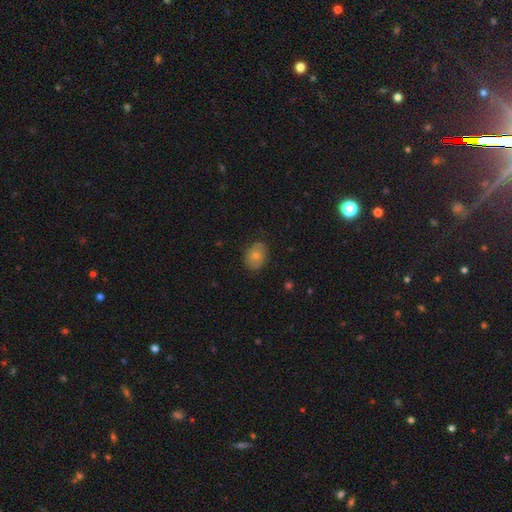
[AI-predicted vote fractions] A smooth galaxy with no disk features (58%) that is in between round and cigar-shaped (51%).

Vote fractions:
- Smooth or featured? smooth: 58% / featured or disk: 28% / star or artifact: 14%
- How rounded? in between: 51% / round: 48% / cigar-shaped: 1%
- Merging? none: 82% / minor disturbance: 13% / major disturbance: 3% / merger: 1%